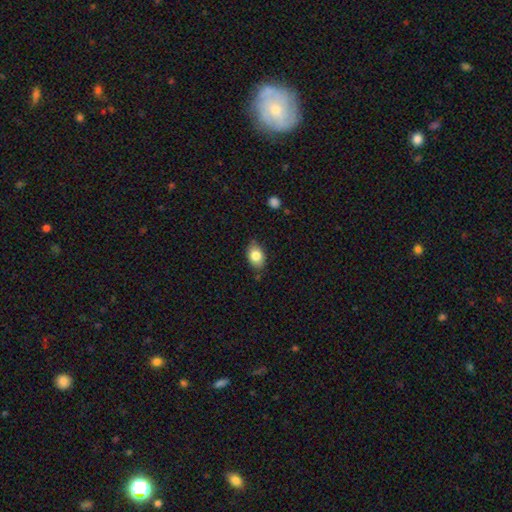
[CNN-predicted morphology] Smooth or featured? Predicted: smooth (p=0.82). How rounded? Predicted: in between (p=0.81). Merging? Predicted: none (p=0.79).